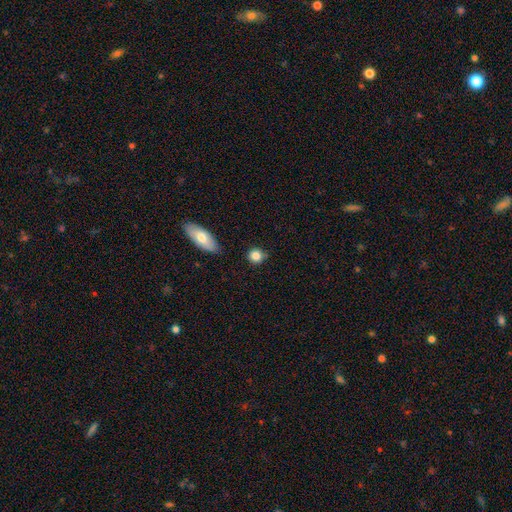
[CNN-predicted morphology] Smooth or featured: smooth — 84% (star or artifact — 9%)
How rounded: round — 85% (in between — 13%)
Merging: none — 79% (minor disturbance — 14%)